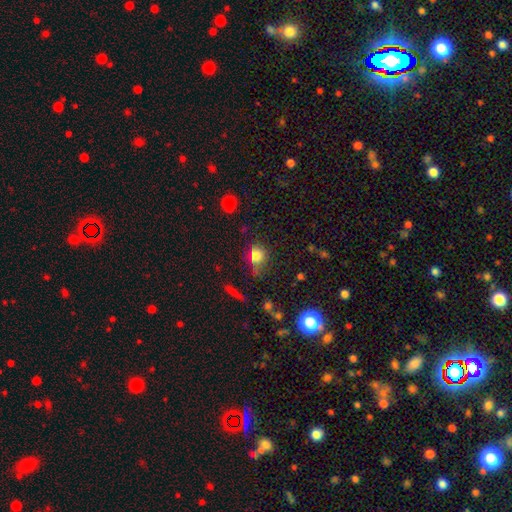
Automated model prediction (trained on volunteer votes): smooth 75%, star or artifact 16%, featured or disk 9%. Down the decision tree: how rounded — round (60%); merging — none (54%).